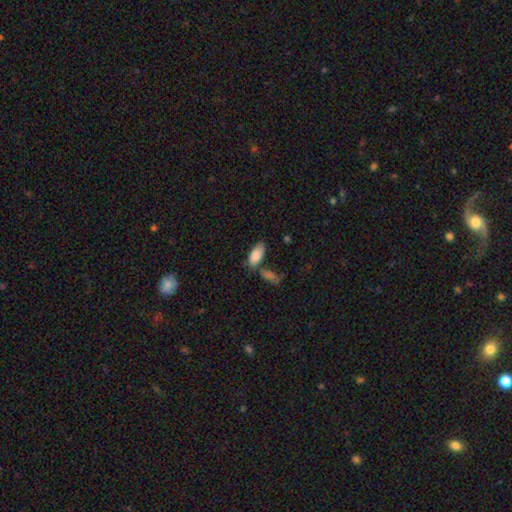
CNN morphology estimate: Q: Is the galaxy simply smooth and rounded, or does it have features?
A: smooth — 85%.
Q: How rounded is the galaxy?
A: in between — 89%.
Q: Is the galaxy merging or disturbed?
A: none — 53%.